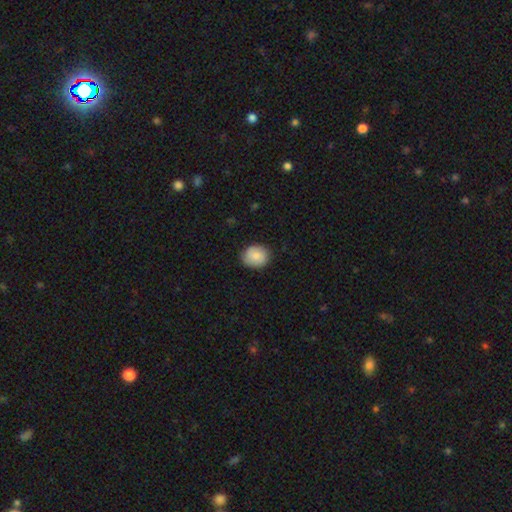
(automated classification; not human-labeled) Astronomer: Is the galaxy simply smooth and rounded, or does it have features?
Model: smooth — 77%.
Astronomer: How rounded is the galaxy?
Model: round — 70%.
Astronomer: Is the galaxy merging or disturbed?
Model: none — 85%.